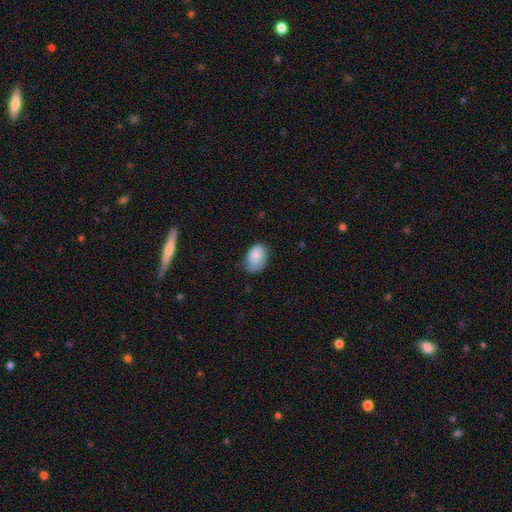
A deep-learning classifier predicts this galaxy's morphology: A smooth galaxy with no disk features (82%) that is in between round and cigar-shaped (87%). Merging: none (54%).